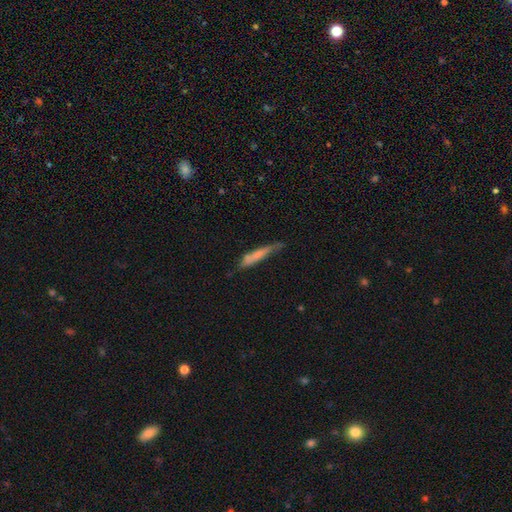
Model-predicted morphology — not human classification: This is likely a smooth galaxy (65%). How rounded: clearly cigar-shaped (91%). Merging: possibly none (58%).